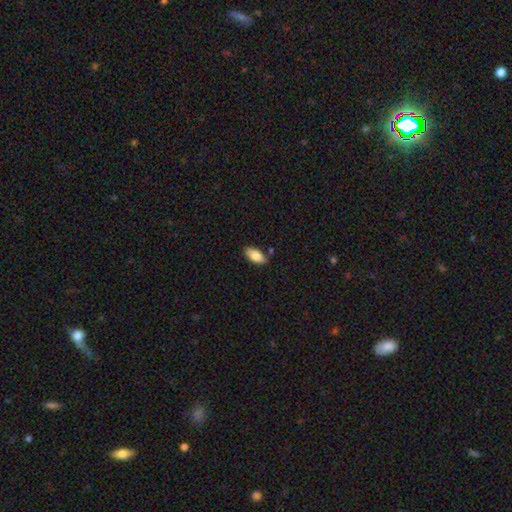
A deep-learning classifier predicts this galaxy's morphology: The model was most divided on "merging": none: 81%, minor disturbance: 13%, merger: 4%, major disturbance: 2%. More confident: how rounded — in between (90%); smooth or featured — smooth (82%).